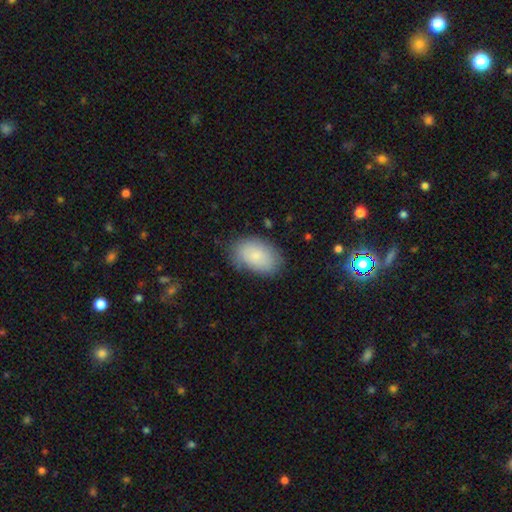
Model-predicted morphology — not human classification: Q: Smooth or featured?
A: smooth (80%); runner-up: featured or disk (13%)
Q: How rounded?
A: in between (91%); runner-up: round (8%)
Q: Merging?
A: none (74%); runner-up: minor disturbance (19%)